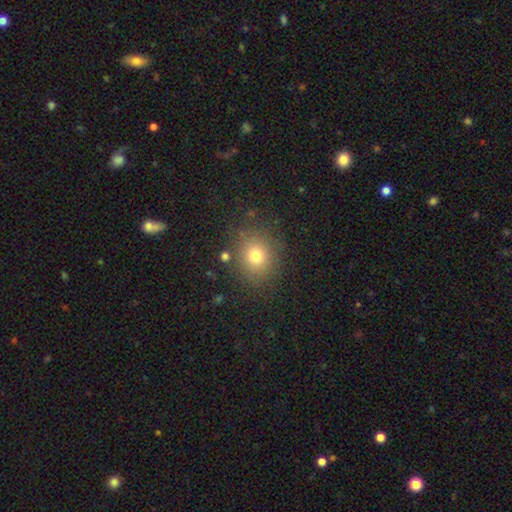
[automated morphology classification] smooth-or-featured: smooth: 76% | star or artifact: 15% | featured or disk: 10%
  how-rounded: round: 75% | in between: 24% | cigar-shaped: 1%
  merging: none: 84% | minor disturbance: 9% | major disturbance: 4% | merger: 3%